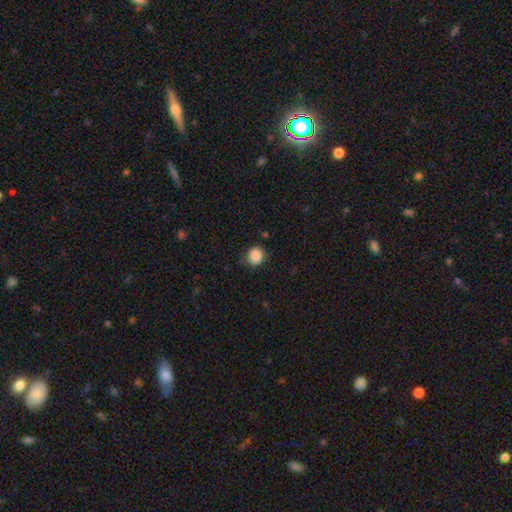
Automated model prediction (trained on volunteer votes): A smooth galaxy with no disk features (87%) that is round (80%).

Vote fractions:
- Smooth or featured? smooth: 87% / star or artifact: 9% / featured or disk: 4%
- How rounded? round: 80% / in between: 19% / cigar-shaped: 1%
- Merging? none: 78% / minor disturbance: 16% / major disturbance: 4% / merger: 1%